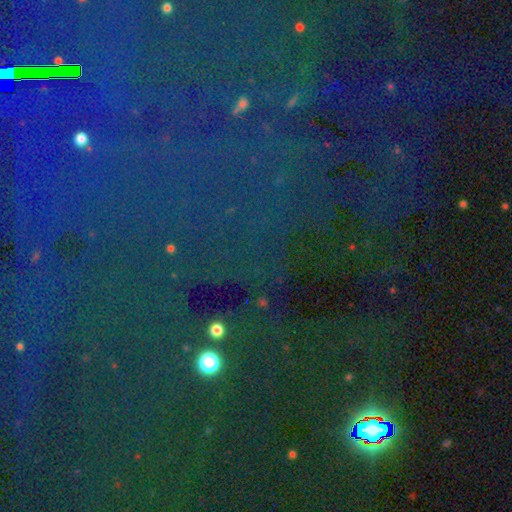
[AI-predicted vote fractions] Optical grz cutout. It shows a star or artifact, not a galaxy (81%).